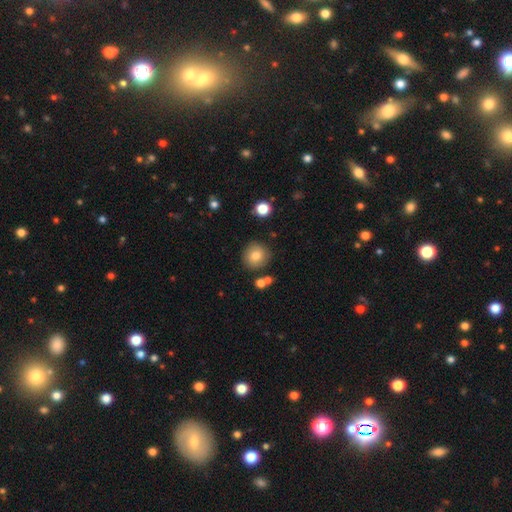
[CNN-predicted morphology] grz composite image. It shows a smooth galaxy with no disk features (80%) that is round (91%). Merging: none (83%).